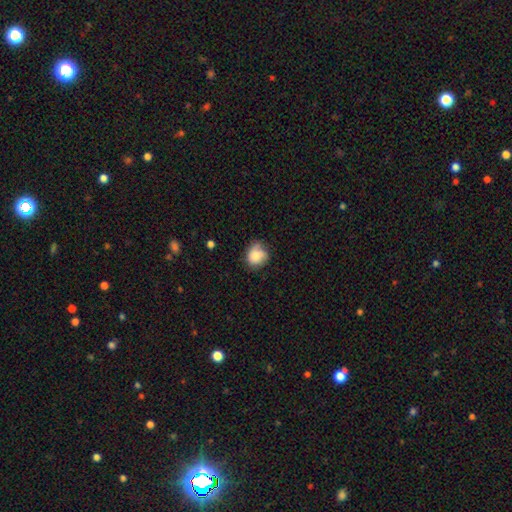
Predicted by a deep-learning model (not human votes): Smooth or featured: smooth — 77% (featured or disk — 14%)
How rounded: round — 69% (in between — 30%)
Merging: none — 56% (minor disturbance — 33%)